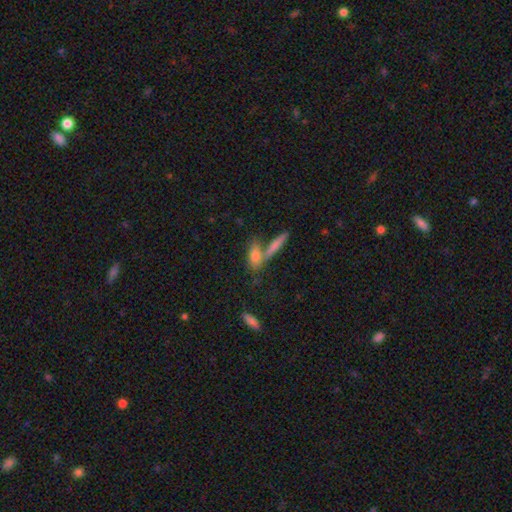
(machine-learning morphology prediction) smooth-or-featured: smooth: 71% | featured or disk: 19% | star or artifact: 9%
  how-rounded: in between: 59% | cigar-shaped: 35% | round: 6%
  merging: none: 45% | merger: 40% | minor disturbance: 11% | major disturbance: 5%